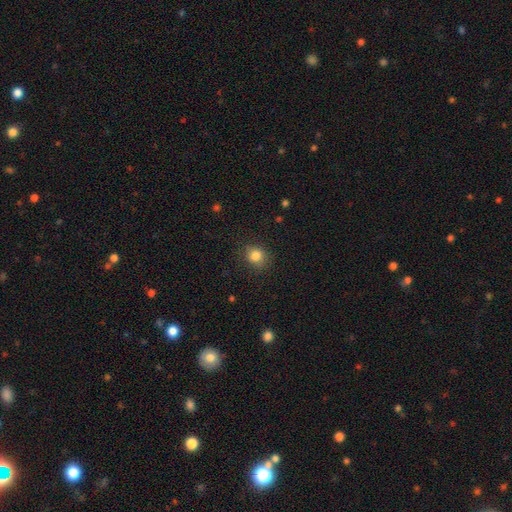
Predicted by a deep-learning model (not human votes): smooth_or_featured: smooth (p=0.83) [alt: star or artifact p=0.11]
how_rounded: round (p=0.76) [alt: in between p=0.23]
merging: none (p=0.84) [alt: minor disturbance p=0.12]